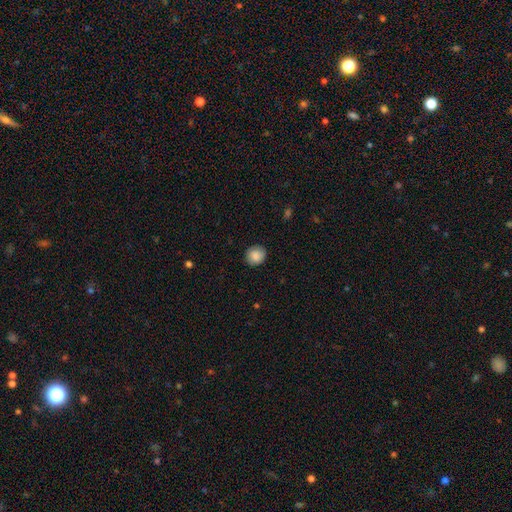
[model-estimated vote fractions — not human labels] Smooth or featured? Predicted: smooth (p=0.87). How rounded? Predicted: round (p=0.85). Merging? Predicted: none (p=0.88).